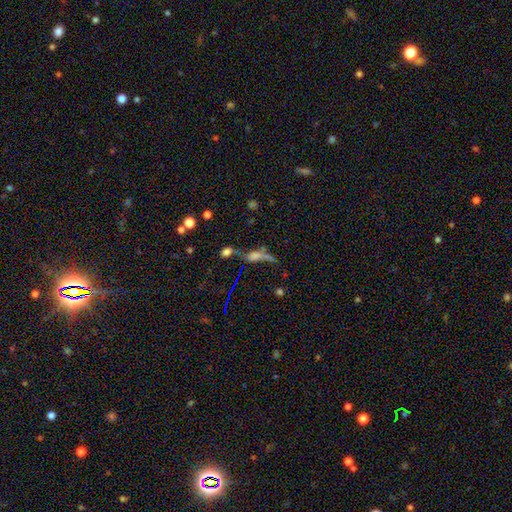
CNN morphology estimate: A smooth galaxy with no disk features (46%).

Vote fractions:
- Smooth or featured? smooth: 46% / featured or disk: 32% / star or artifact: 22%
- Merging? none: 36% / merger: 33% / major disturbance: 17% / minor disturbance: 15%